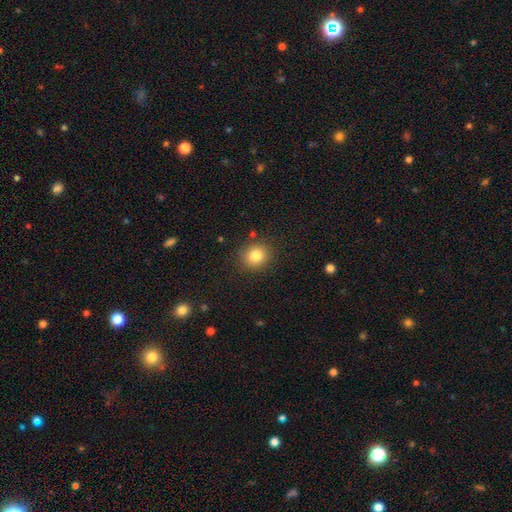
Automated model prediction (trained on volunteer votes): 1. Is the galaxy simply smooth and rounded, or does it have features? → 82% smooth, 11% star or artifact, 6% featured or disk.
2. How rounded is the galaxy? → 82% round, 17% in between, 1% cigar-shaped.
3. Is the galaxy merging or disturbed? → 86% none, 9% minor disturbance, 3% major disturbance, 2% merger.